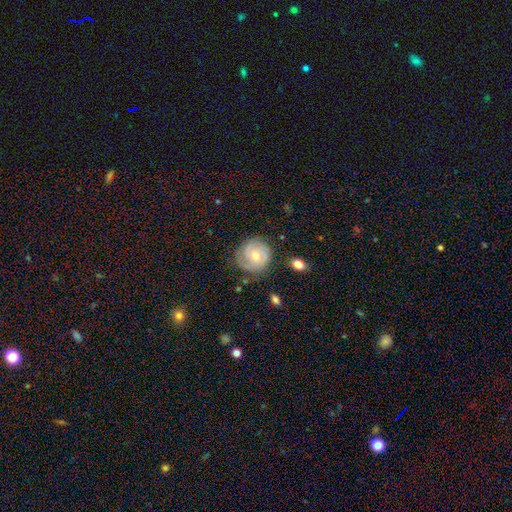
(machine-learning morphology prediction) smooth-or-featured: featured or disk: 66% | smooth: 27% | star or artifact: 7%
  disk-edge-on: no: 98% | yes: 2%
    bar: no: 68% | weak: 27% | strong: 5%
    has-spiral-arms: yes: 86% | no: 14%
      spiral-winding: tight: 67% | medium: 25% | loose: 8%
      spiral-arm-count: 2: 43% | can't tell: 29% | 1: 13% | 3: 10% | 4: 3% | more than 4: 3%
    bulge-size: moderate: 61% | small: 34% | large: 2% | none: 1% | dominant: 1%
  merging: none: 71% | minor disturbance: 20% | major disturbance: 7% | merger: 2%